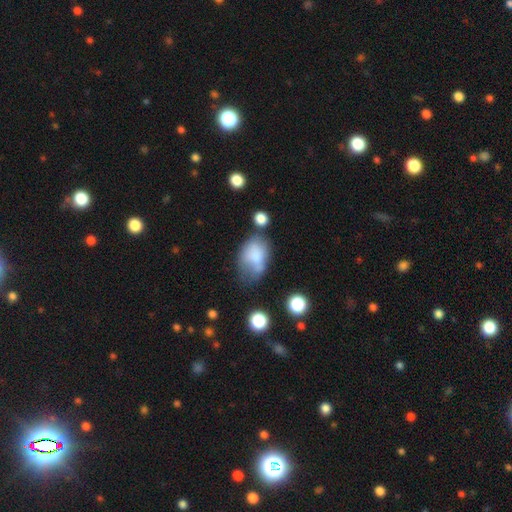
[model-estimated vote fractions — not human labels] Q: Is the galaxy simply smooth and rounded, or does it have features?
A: smooth — 70%.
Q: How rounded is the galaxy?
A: in between — 81%.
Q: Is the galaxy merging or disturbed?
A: none — 31%.